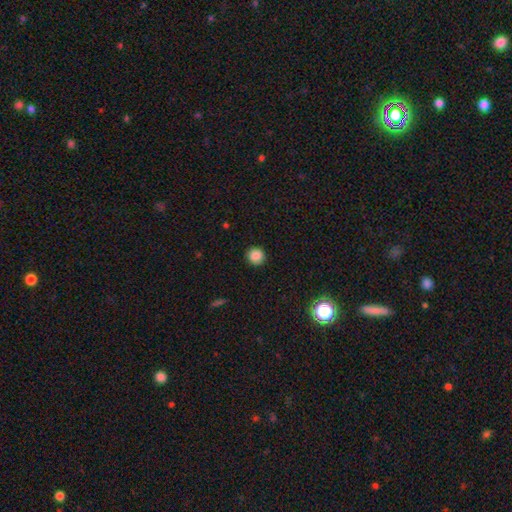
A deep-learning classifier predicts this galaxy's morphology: Overall: smooth (87%). How rounded: round (94%). Merging: none (91%).